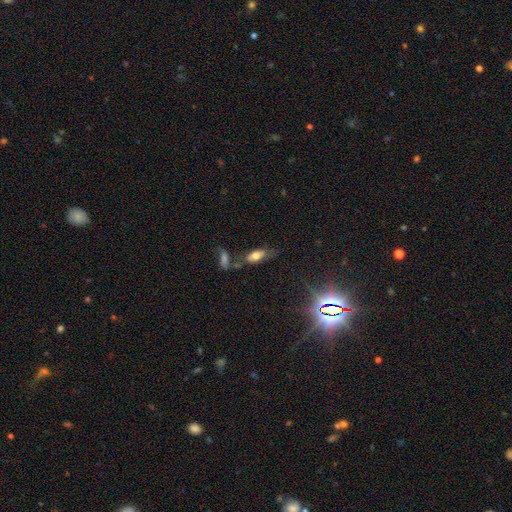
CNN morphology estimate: smooth-or-featured: smooth: 64% | featured or disk: 24% | star or artifact: 12%
  how-rounded: in between: 74% | cigar-shaped: 23% | round: 4%
  merging: none: 51% | minor disturbance: 21% | merger: 17% | major disturbance: 10%